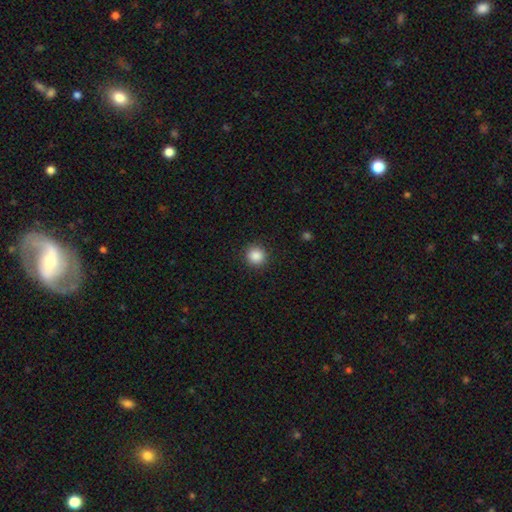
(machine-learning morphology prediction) Smooth or featured? smooth (87%)
How rounded? round (94%)
Merging? none (91%)